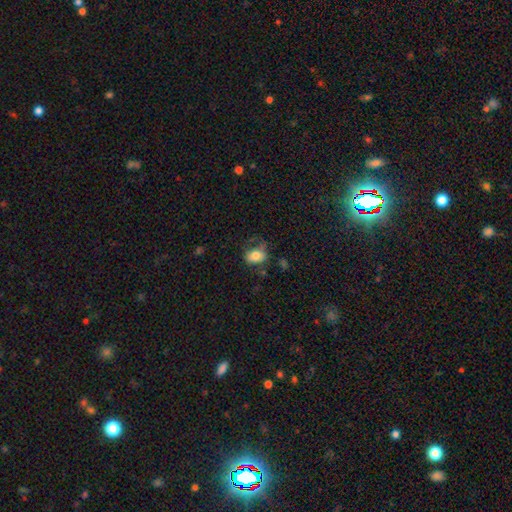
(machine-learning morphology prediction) A smooth galaxy with no disk features (76%) that is in between round and cigar-shaped (74%). Merging: none (44%).